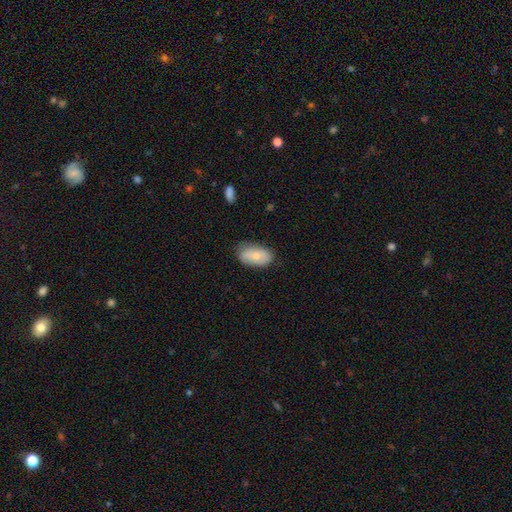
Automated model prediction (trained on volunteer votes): Smooth or featured? smooth (72%)
How rounded? in between (94%)
Merging? none (73%)